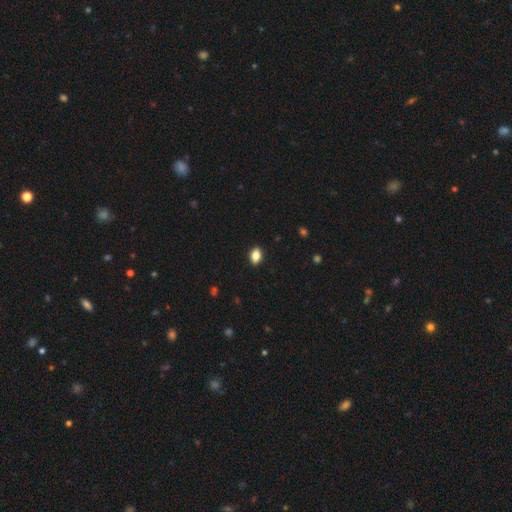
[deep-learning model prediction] Smooth or featured?
  - smooth: 84% *
  - star or artifact: 9%
  - featured or disk: 7%
How rounded?
  - in between: 83% *
  - round: 15%
  - cigar-shaped: 2%
Merging?
  - none: 89% *
  - minor disturbance: 8%
  - major disturbance: 2%
  - merger: 1%